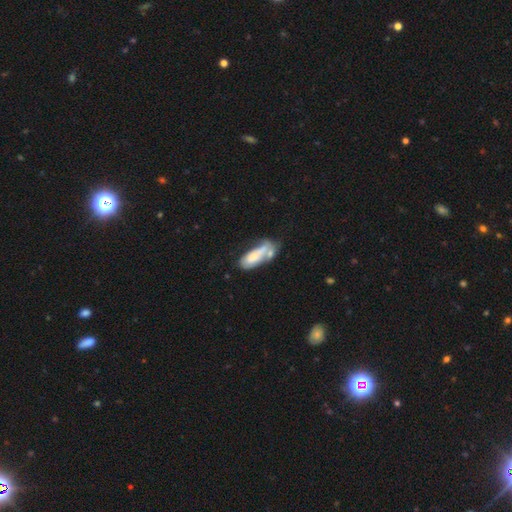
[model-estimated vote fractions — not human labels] This appears to be a smooth galaxy with no disk features (56%) that is in between round and cigar-shaped (72%). Merging: merger (38%).